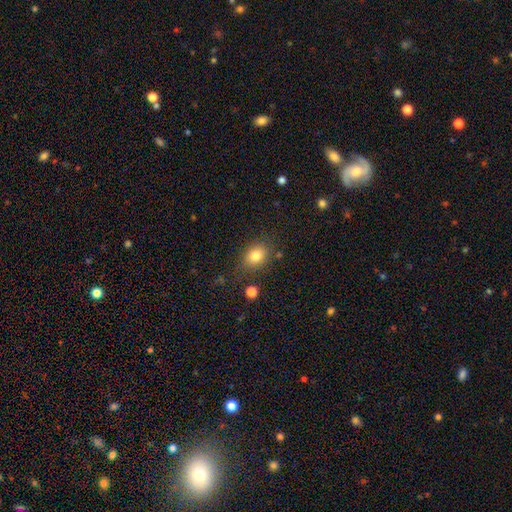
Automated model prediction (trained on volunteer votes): The model was most divided on "how rounded": in between: 55%, round: 44%, cigar-shaped: 1%. More confident: smooth or featured — smooth (81%); merging — none (77%).